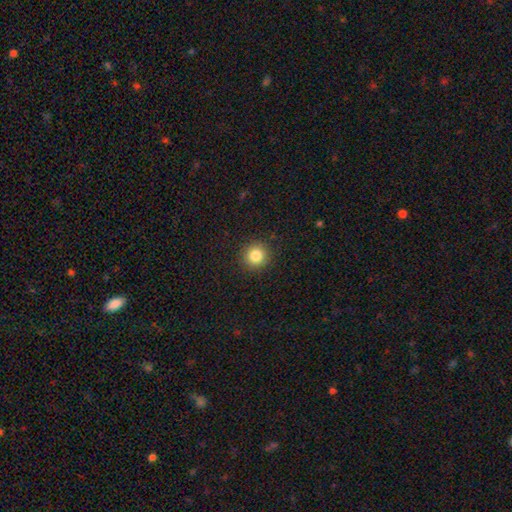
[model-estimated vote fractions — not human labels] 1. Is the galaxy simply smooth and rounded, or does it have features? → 84% smooth, 11% star or artifact, 5% featured or disk.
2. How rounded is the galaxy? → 94% round, 5% in between, 1% cigar-shaped.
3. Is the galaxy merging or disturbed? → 91% none, 6% minor disturbance, 2% major disturbance, 1% merger.